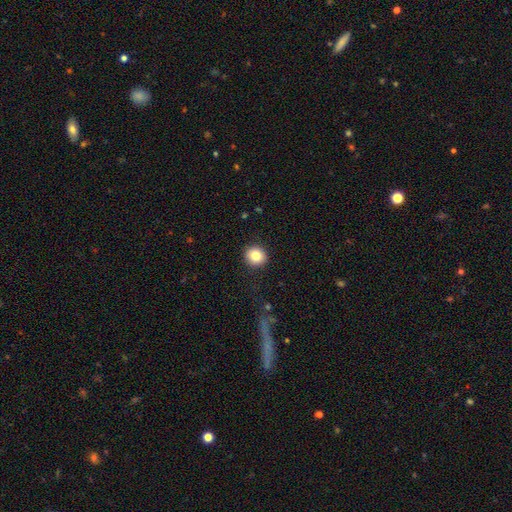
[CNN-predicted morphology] A smooth galaxy with no disk features (82%) that is round (90%). Merging: none (91%).